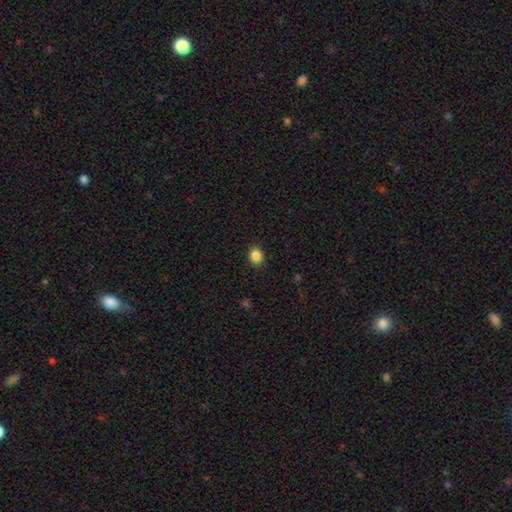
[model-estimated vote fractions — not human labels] This appears to be a smooth galaxy with no disk features (86%) that is round (53%). Merging: none (90%).